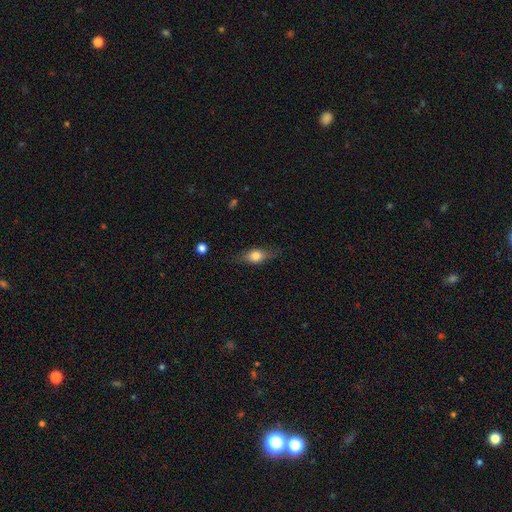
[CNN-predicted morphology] smooth-or-featured: smooth: 62% | featured or disk: 30% | star or artifact: 8%
  how-rounded: in between: 66% | cigar-shaped: 21% | round: 12%
  merging: none: 78% | minor disturbance: 16% | major disturbance: 5% | merger: 1%